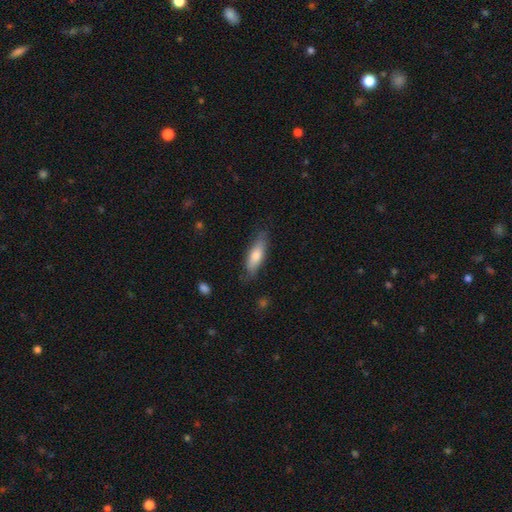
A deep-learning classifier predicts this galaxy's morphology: smooth_or_featured: smooth (p=0.70) [alt: featured or disk p=0.24]
how_rounded: in between (p=0.50) [alt: cigar-shaped p=0.48]
merging: none (p=0.76) [alt: minor disturbance p=0.18]